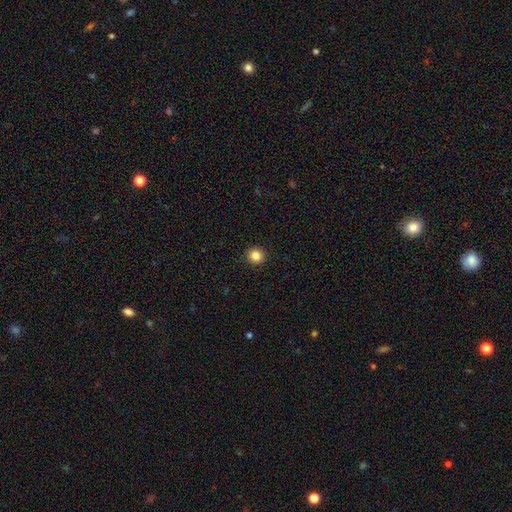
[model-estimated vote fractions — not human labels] A smooth galaxy with no disk features (84%) that is round (92%). Merging: none (93%).